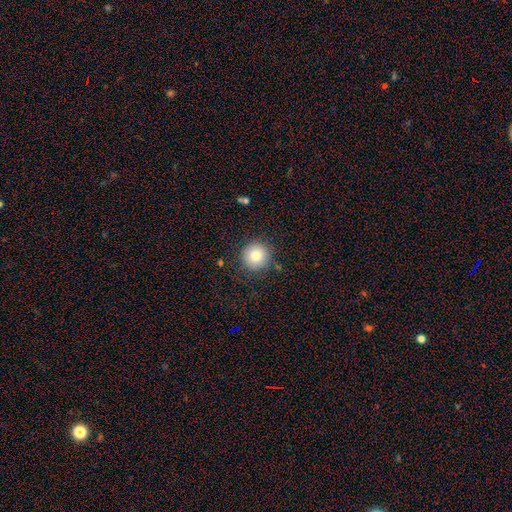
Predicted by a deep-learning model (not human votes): This appears to be a smooth galaxy with no disk features (81%) that is round (95%). Merging: none (88%).